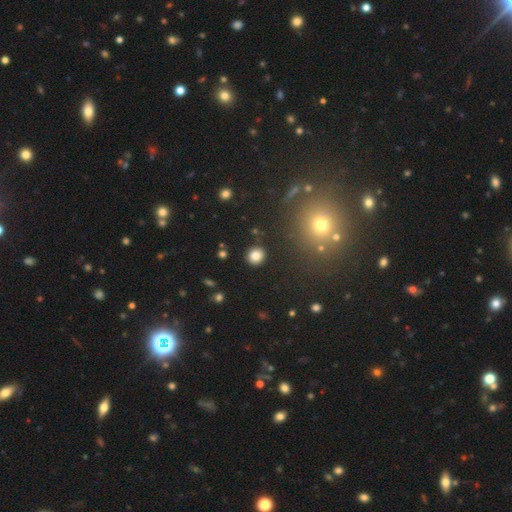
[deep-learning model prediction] smooth-or-featured: smooth: 83% | star or artifact: 11% | featured or disk: 5%
  how-rounded: round: 85% | in between: 14% | cigar-shaped: 1%
  merging: none: 90% | minor disturbance: 6% | major disturbance: 2% | merger: 2%